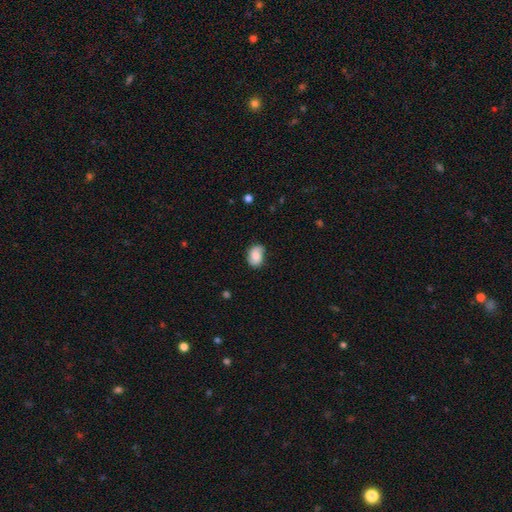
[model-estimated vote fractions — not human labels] A smooth galaxy with no disk features (74%) that is in between round and cigar-shaped (73%). Merging: none (64%).